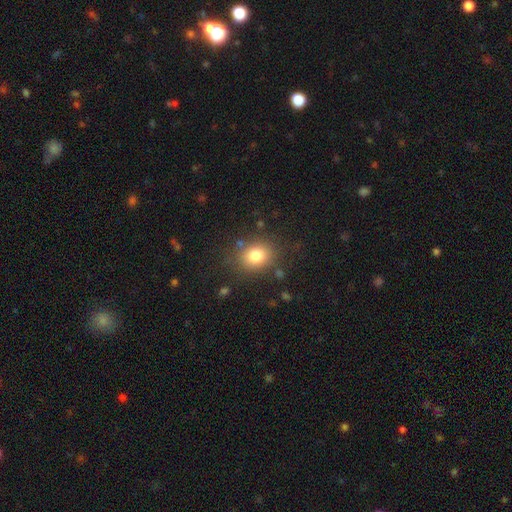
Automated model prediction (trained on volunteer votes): Smooth or featured? smooth (80%)
How rounded? round (55%)
Merging? none (81%)